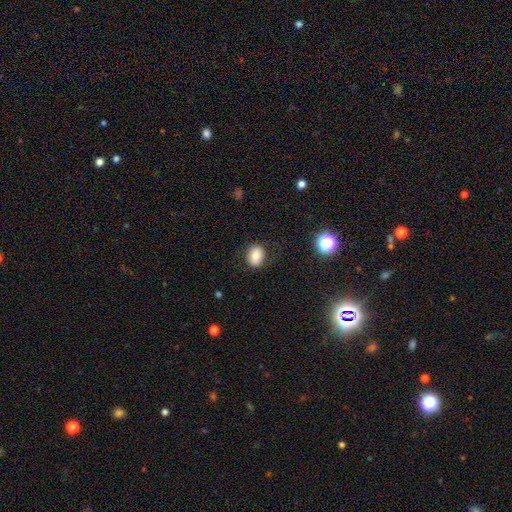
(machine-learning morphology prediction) Smooth or featured?
  - smooth: 77% *
  - featured or disk: 12%
  - star or artifact: 11%
How rounded?
  - in between: 57% *
  - round: 42%
  - cigar-shaped: 1%
Merging?
  - none: 78% *
  - minor disturbance: 14%
  - major disturbance: 6%
  - merger: 1%